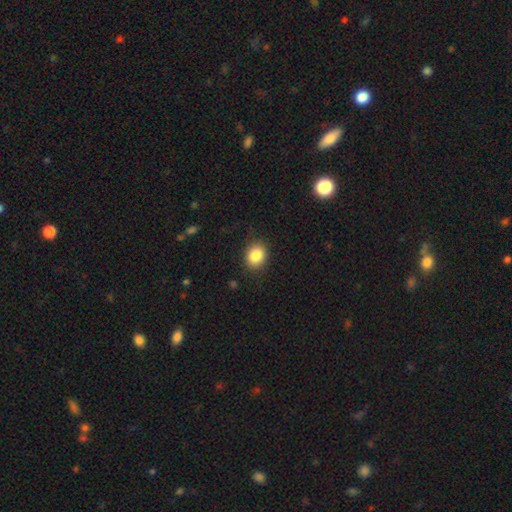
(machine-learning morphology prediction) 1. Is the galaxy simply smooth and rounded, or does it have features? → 84% smooth, 9% star or artifact, 6% featured or disk.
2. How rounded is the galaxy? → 59% round, 40% in between, 1% cigar-shaped.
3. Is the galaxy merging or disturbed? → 87% none, 10% minor disturbance, 3% major disturbance, 1% merger.